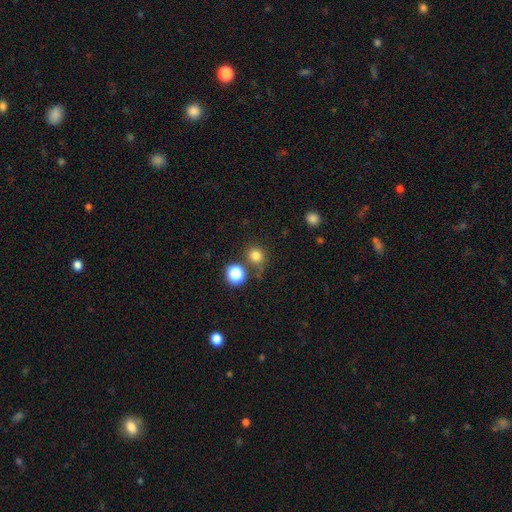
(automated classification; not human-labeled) Overall: smooth (79%). How rounded: round (87%). Merging: none (75%).